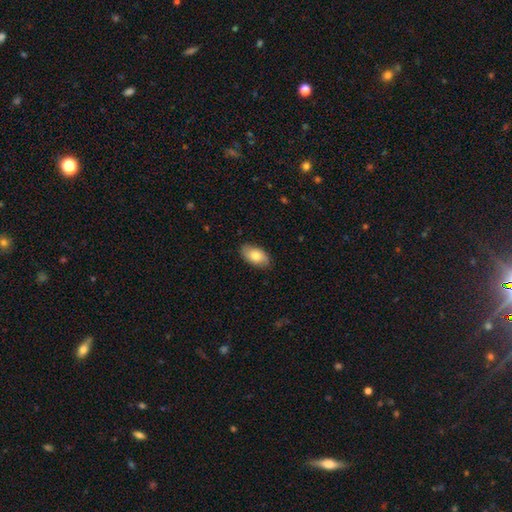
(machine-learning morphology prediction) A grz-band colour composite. It shows a smooth galaxy with no disk features (76%) that is in between round and cigar-shaped (94%). Merging: none (84%).